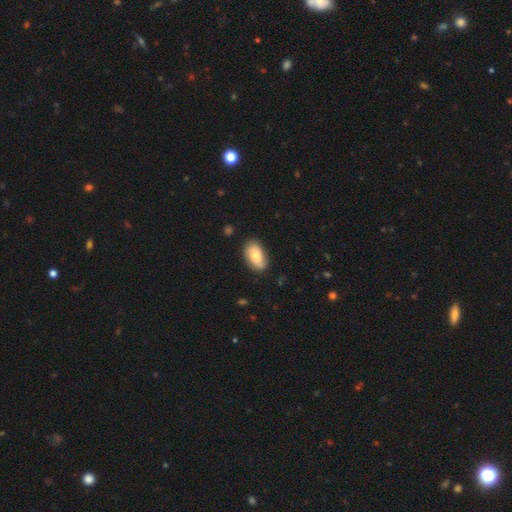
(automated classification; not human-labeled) Smooth or featured: smooth — 66% (featured or disk — 28%)
How rounded: in between — 92% (round — 6%)
Merging: none — 76% (minor disturbance — 18%)